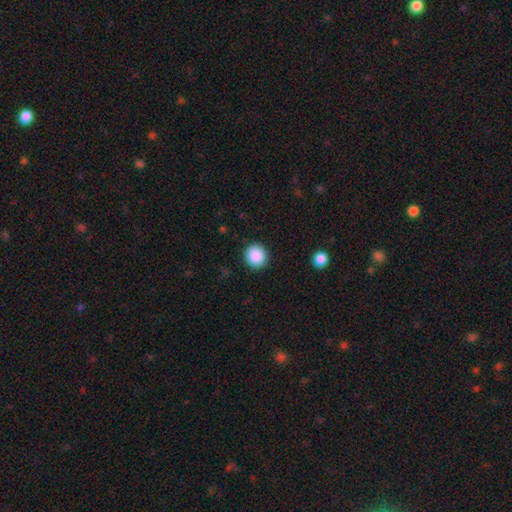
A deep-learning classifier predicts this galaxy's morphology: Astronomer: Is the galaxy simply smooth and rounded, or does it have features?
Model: smooth — 89%.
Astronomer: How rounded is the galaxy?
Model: round — 88%.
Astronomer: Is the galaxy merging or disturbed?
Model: none — 90%.